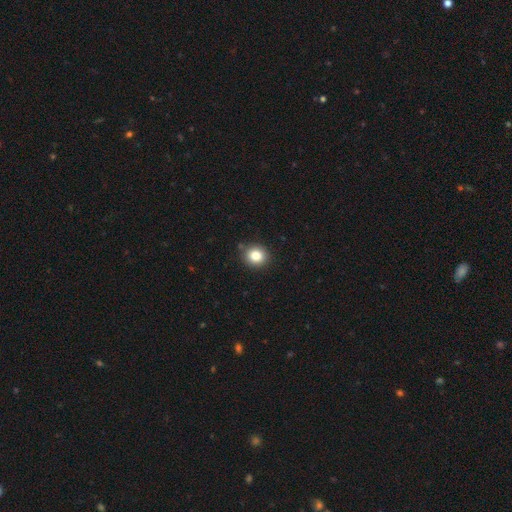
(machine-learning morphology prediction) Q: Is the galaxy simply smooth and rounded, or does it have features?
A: smooth — 82%.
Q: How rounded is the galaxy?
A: round — 86%.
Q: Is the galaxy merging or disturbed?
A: none — 88%.